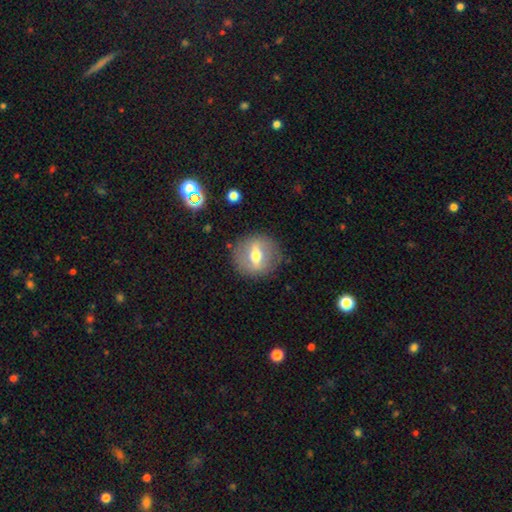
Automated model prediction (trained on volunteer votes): Smooth or featured: featured or disk — 54% (smooth — 38%)
Edge-on disk: no — 74% (yes — 26%)
Merging: none — 84% (minor disturbance — 10%)